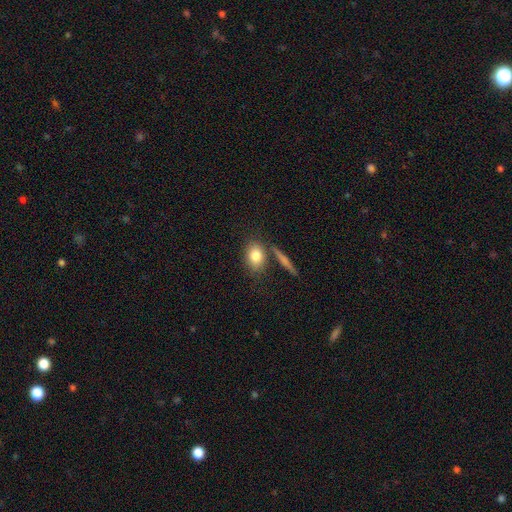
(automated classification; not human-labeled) The model was most divided on "how rounded": in between: 63%, round: 32%, cigar-shaped: 4%. More confident: smooth or featured — smooth (80%); merging — none (69%).